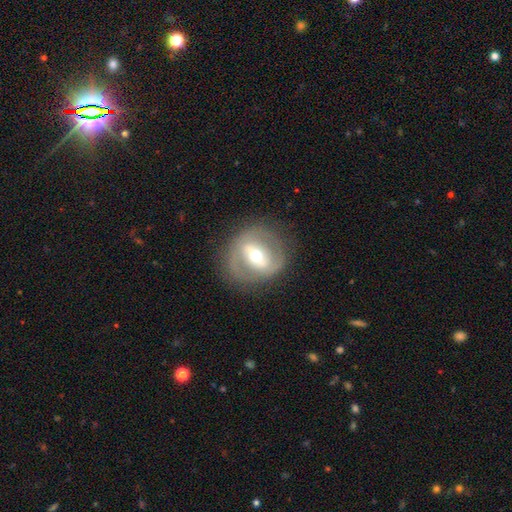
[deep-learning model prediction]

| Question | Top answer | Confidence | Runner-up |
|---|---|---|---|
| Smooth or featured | featured or disk | 72% | smooth (22%) |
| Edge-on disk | no | 95% | yes (5%) |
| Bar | strong | 44% | weak (36%) |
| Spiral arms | yes | 65% | no (35%) |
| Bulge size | moderate | 67% | small (24%) |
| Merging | none | 78% | minor disturbance (13%) |